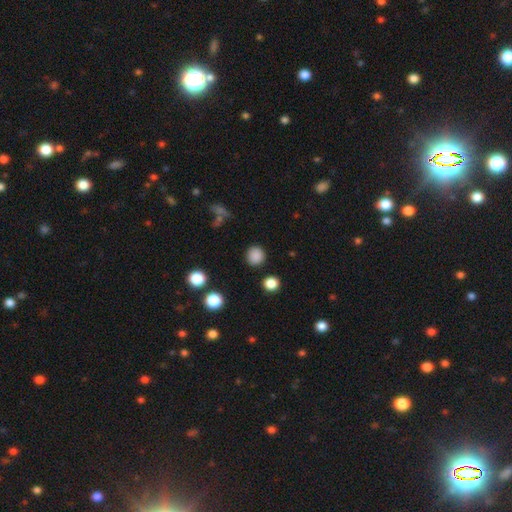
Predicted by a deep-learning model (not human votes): This appears to be a smooth galaxy with no disk features (85%) that is round (90%). Merging: none (88%).